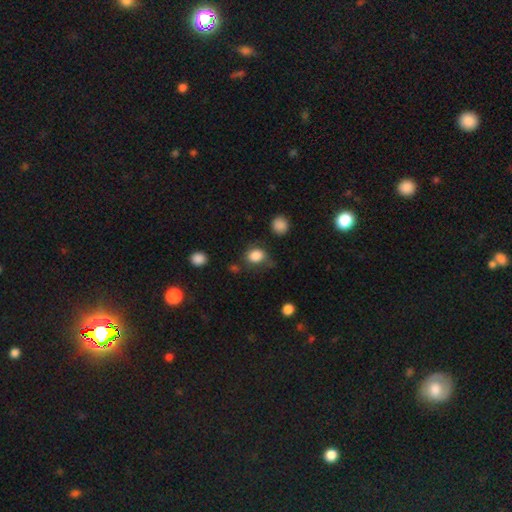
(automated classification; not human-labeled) Smooth or featured?
  - smooth: 84% *
  - star or artifact: 9%
  - featured or disk: 7%
How rounded?
  - round: 54% *
  - in between: 45%
  - cigar-shaped: 1%
Merging?
  - none: 61% *
  - minor disturbance: 23%
  - major disturbance: 10%
  - merger: 5%